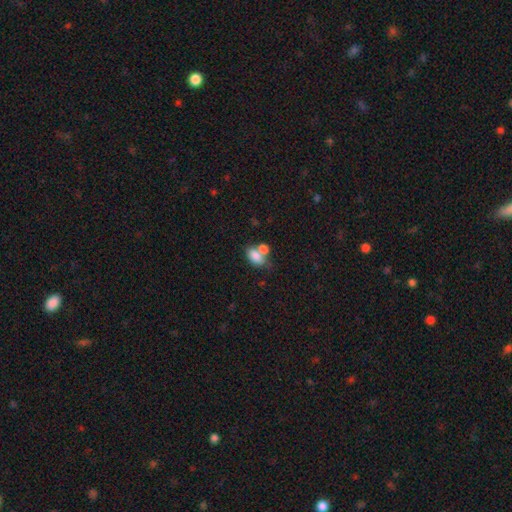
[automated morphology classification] Smooth or featured? Predicted: smooth (p=0.80). How rounded? Predicted: in between (p=0.88). Merging? Predicted: merger (p=0.52).